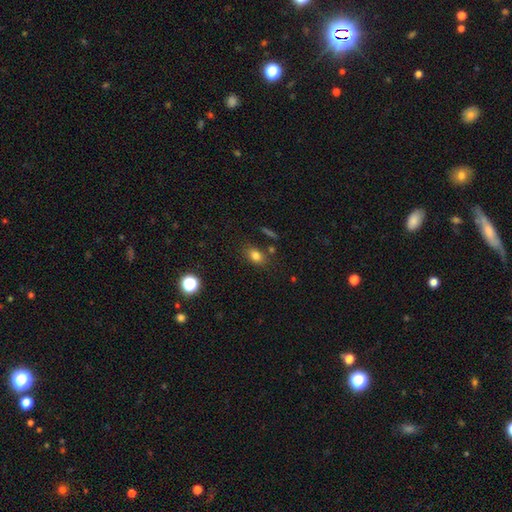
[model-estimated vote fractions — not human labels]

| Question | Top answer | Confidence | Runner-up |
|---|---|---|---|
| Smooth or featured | smooth | 79% | star or artifact (13%) |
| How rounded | in between | 71% | round (26%) |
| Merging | none | 76% | minor disturbance (14%) |